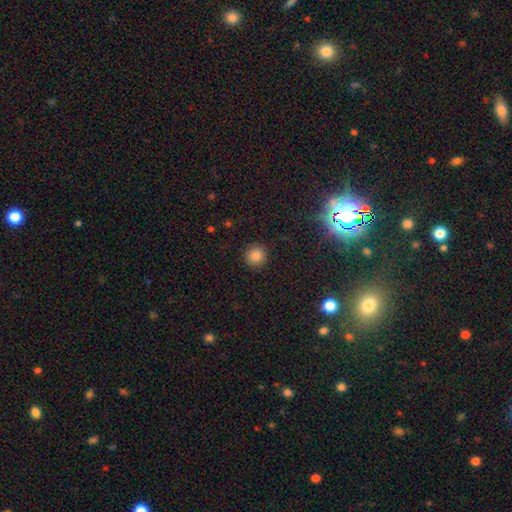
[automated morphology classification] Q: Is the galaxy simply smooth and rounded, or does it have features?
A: smooth — 83%.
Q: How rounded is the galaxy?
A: round — 94%.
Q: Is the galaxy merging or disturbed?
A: none — 92%.